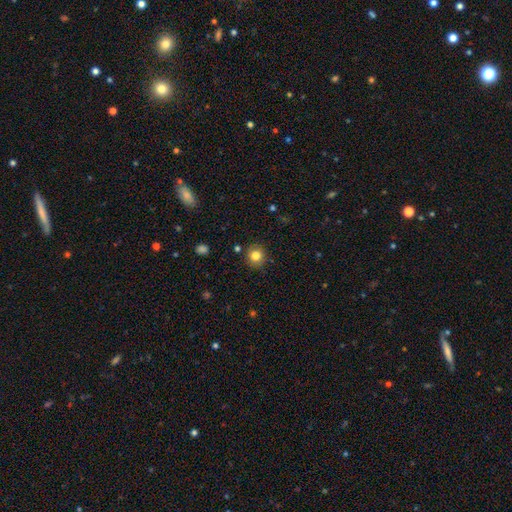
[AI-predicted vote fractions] The model was most divided on "smooth or featured": smooth: 82%, star or artifact: 11%, featured or disk: 7%. More confident: how rounded — round (90%); merging — none (88%).